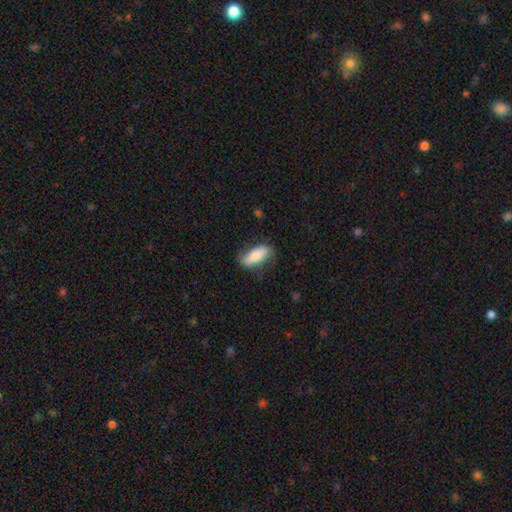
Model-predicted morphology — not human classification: Smooth or featured? Predicted: smooth (p=0.69). How rounded? Predicted: in between (p=0.71). Merging? Predicted: none (p=0.74).